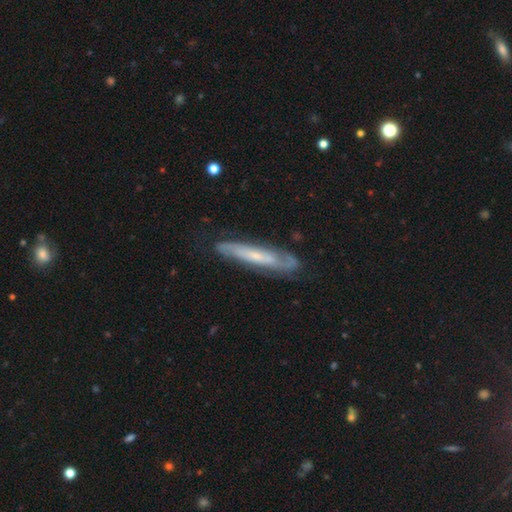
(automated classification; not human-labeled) Smooth or featured: featured or disk — 70% (smooth — 24%)
Edge-on disk: no — 50% (tied with yes — 50%)
Merging: none — 76% (minor disturbance — 18%)